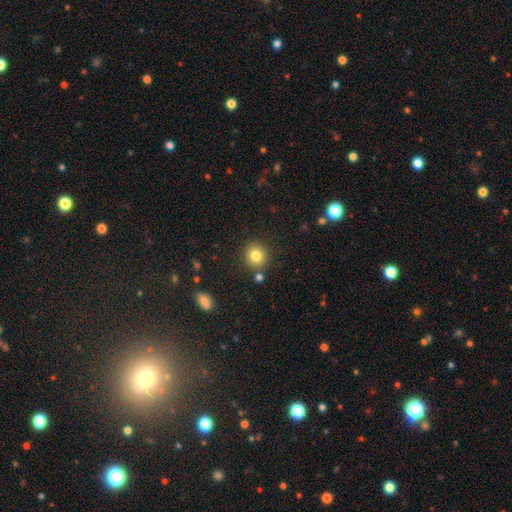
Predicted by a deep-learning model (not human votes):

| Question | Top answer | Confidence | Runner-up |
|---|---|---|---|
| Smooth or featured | smooth | 81% | star or artifact (12%) |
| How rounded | round | 89% | in between (10%) |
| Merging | none | 85% | minor disturbance (8%) |